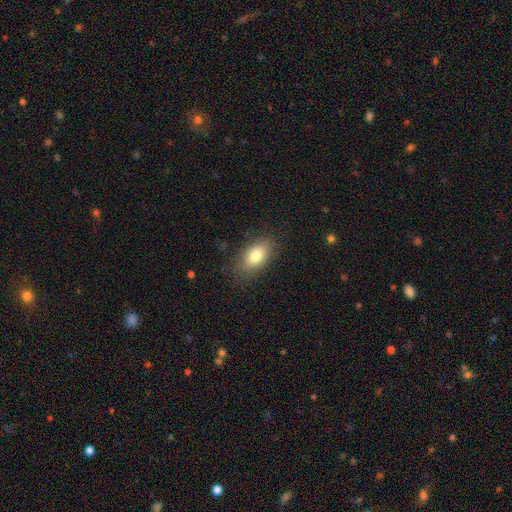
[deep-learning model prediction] A smooth galaxy with no disk features (80%) that is in between round and cigar-shaped (89%).

Vote fractions:
- Smooth or featured? smooth: 80% / featured or disk: 13% / star or artifact: 8%
- How rounded? in between: 89% / round: 7% / cigar-shaped: 4%
- Merging? none: 83% / minor disturbance: 12% / major disturbance: 4% / merger: 1%